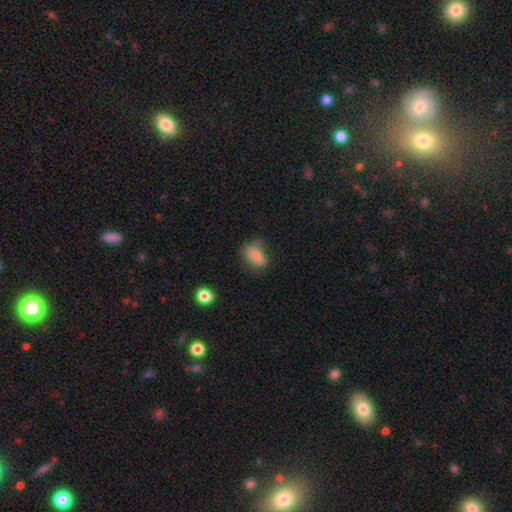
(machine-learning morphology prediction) A smooth galaxy with no disk features (78%) that is in between round and cigar-shaped (87%). Merging: none (50%).